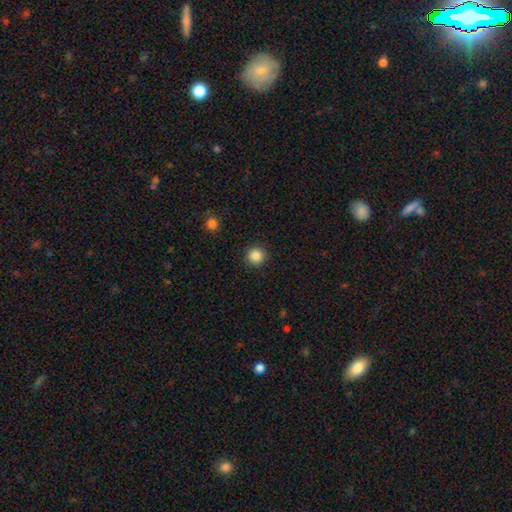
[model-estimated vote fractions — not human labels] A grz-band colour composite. It shows a smooth galaxy with no disk features (86%) that is round (95%). Merging: none (92%).